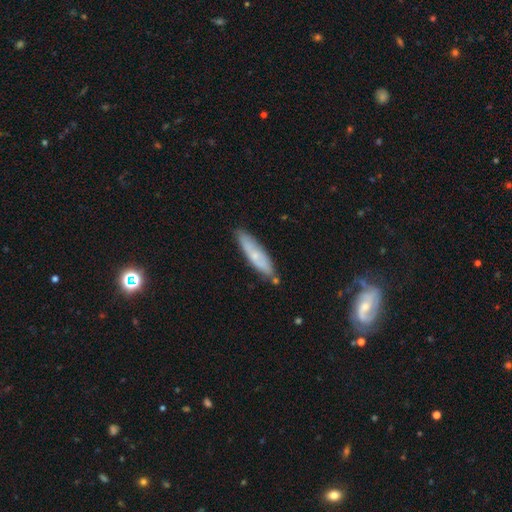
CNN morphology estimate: Q: Smooth or featured?
A: smooth (54%); runner-up: featured or disk (39%)
Q: How rounded?
A: cigar-shaped (72%); runner-up: in between (26%)
Q: Merging?
A: none (75%); runner-up: minor disturbance (18%)